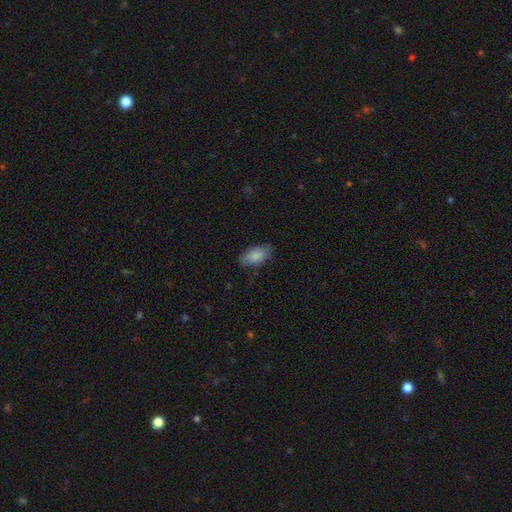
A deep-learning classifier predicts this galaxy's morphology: type=smooth (85%); roundness=in between (93%); merging=none (76%).